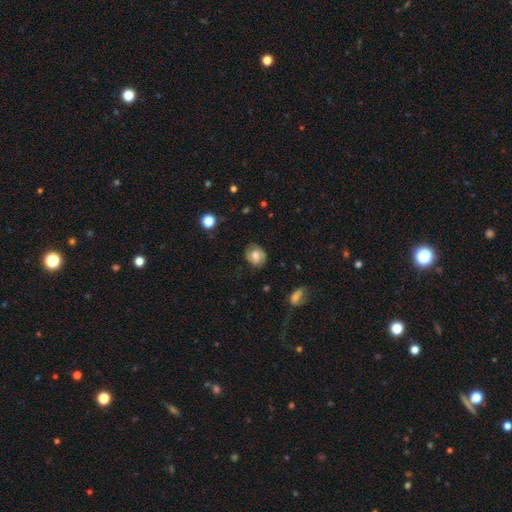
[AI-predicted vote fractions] Q: Smooth or featured?
A: smooth (59%); runner-up: featured or disk (31%)
Q: How rounded?
A: round (54%); runner-up: in between (45%)
Q: Merging?
A: none (79%); runner-up: minor disturbance (16%)